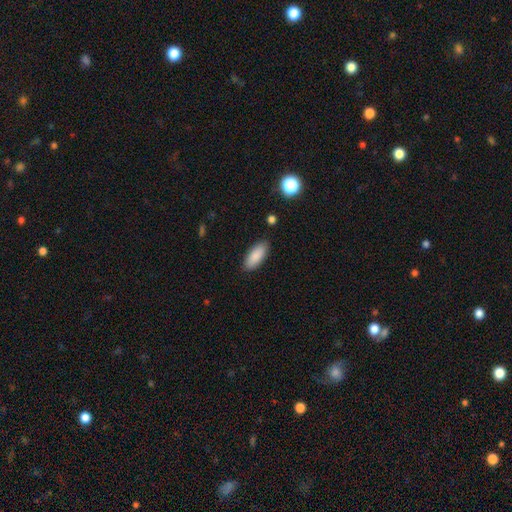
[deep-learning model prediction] A smooth galaxy with no disk features (88%) that is in between round and cigar-shaped (81%). Merging: none (87%).